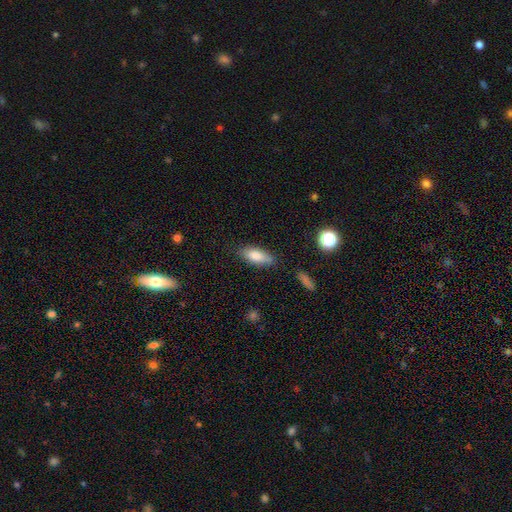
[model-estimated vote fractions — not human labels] Q: Smooth or featured?
A: smooth (81%); runner-up: featured or disk (11%)
Q: How rounded?
A: in between (75%); runner-up: cigar-shaped (23%)
Q: Merging?
A: none (78%); runner-up: minor disturbance (16%)